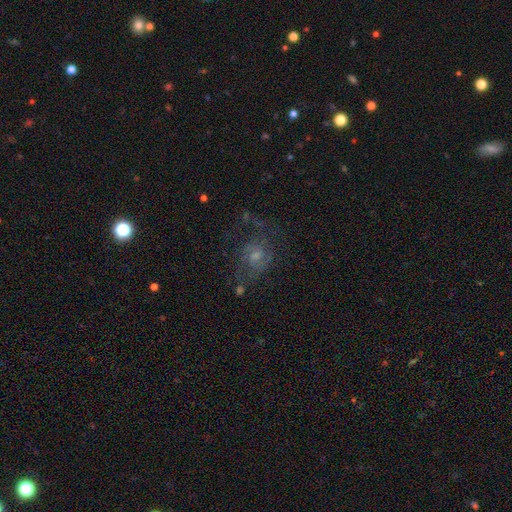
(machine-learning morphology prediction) A featured or disk galaxy (52%) with no bar (73%), spiral arms (70%) and a small central bulge (46%). Merging: none (56%).